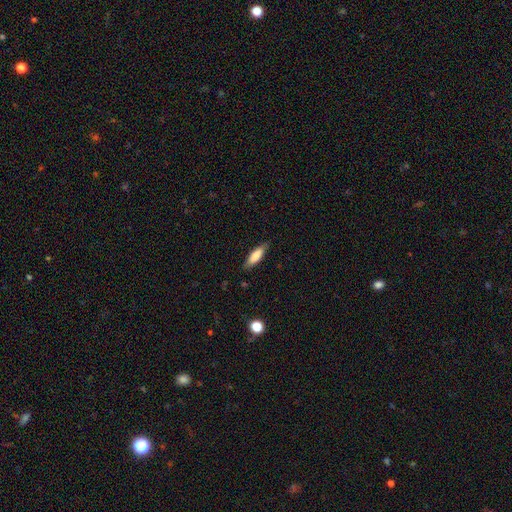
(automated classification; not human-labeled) Smooth or featured?
  - smooth: 77% *
  - featured or disk: 17%
  - star or artifact: 6%
How rounded?
  - cigar-shaped: 51% *
  - in between: 47%
  - round: 2%
Merging?
  - none: 81% *
  - minor disturbance: 15%
  - major disturbance: 3%
  - merger: 1%